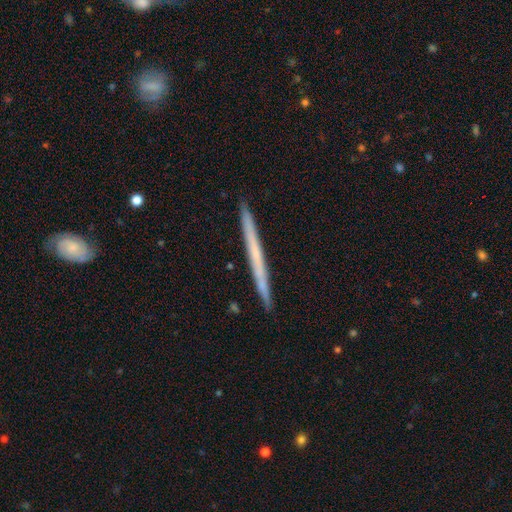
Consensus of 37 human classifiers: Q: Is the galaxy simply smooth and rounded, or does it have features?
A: featured or disk — 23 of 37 (62%).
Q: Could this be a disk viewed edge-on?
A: yes — 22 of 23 (96%).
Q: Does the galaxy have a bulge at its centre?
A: none — 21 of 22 (95%).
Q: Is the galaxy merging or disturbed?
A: none — 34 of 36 (94%).